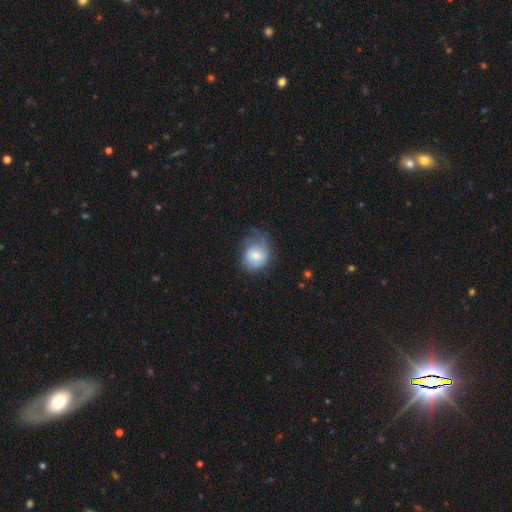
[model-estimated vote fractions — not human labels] Smooth or featured: smooth — 69% (featured or disk — 23%)
How rounded: round — 61% (in between — 38%)
Merging: none — 39% (minor disturbance — 35%)